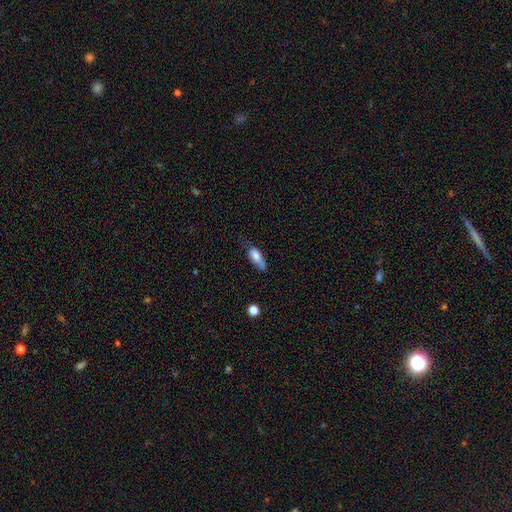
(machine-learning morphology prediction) Smooth or featured: smooth — 73% (featured or disk — 19%)
How rounded: in between — 72% (cigar-shaped — 25%)
Merging: minor disturbance — 38% (none — 37%)